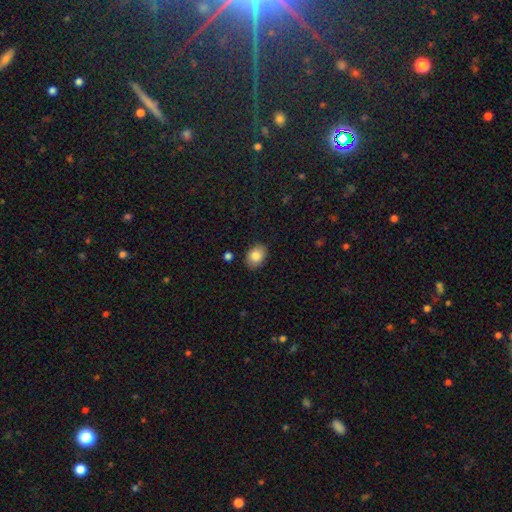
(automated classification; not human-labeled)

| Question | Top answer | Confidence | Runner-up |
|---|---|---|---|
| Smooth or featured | smooth | 85% | star or artifact (8%) |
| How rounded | in between | 66% | round (33%) |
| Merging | none | 84% | minor disturbance (11%) |